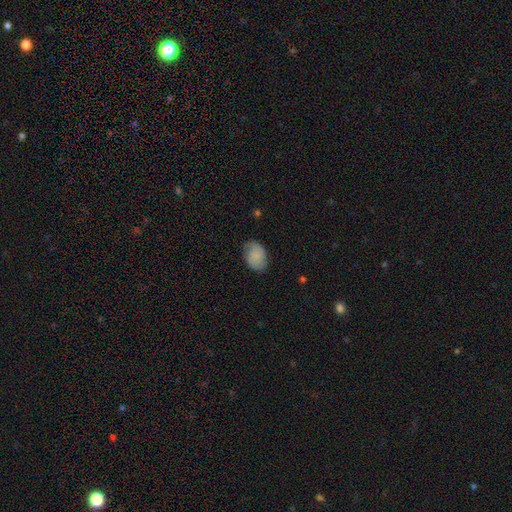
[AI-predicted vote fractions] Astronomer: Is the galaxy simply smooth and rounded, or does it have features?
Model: smooth — 75%.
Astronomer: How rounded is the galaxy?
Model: in between — 82%.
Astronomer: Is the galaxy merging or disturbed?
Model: none — 70%.